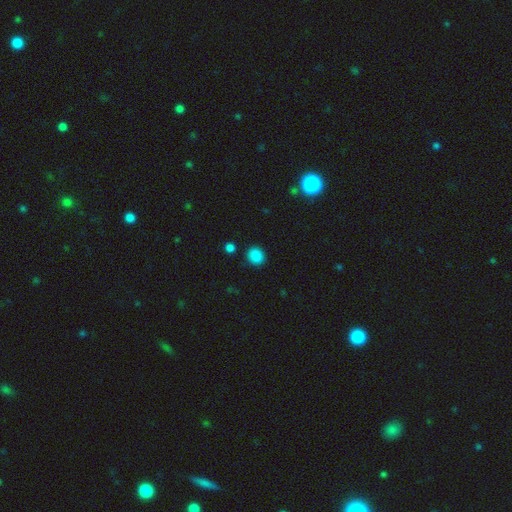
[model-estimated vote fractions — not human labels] Smooth or featured? Predicted: smooth (p=0.87). How rounded? Predicted: round (p=0.78). Merging? Predicted: none (p=0.87).